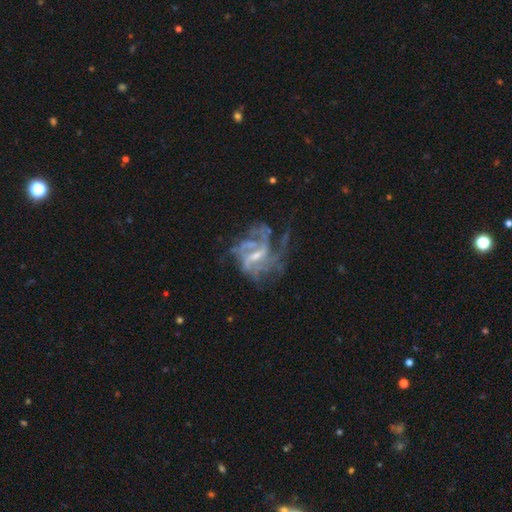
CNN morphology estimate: featured or disk 84%, star or artifact 9%, smooth 7%. Down the decision tree: edge-on disk — no (97%); bar — weak (53%); spiral arms — yes (85%); spiral arm count — can't tell (33%); spiral winding — medium (45%); bulge size — small (46%); merging — none (41%).